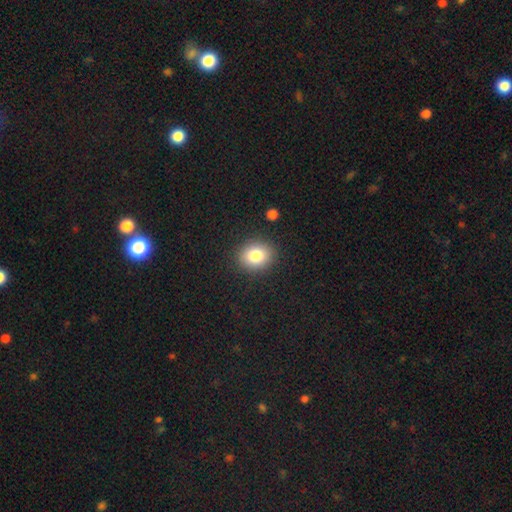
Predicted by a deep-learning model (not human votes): A smooth galaxy with no disk features (81%) that is round (61%). Merging: none (89%).